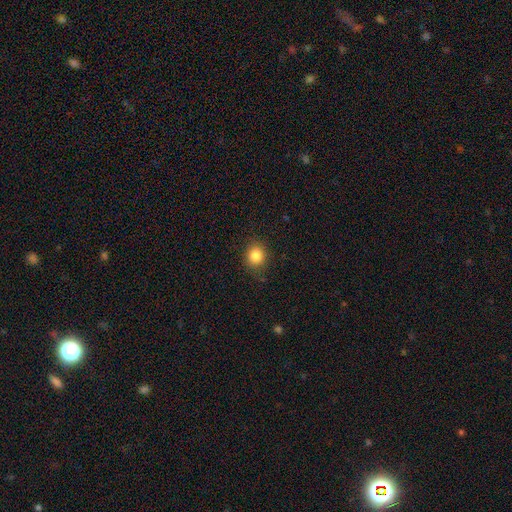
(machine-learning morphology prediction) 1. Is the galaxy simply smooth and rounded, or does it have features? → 85% smooth, 11% star or artifact, 5% featured or disk.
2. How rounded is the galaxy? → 80% round, 19% in between, 1% cigar-shaped.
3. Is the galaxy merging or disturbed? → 86% none, 10% minor disturbance, 3% major disturbance, 1% merger.